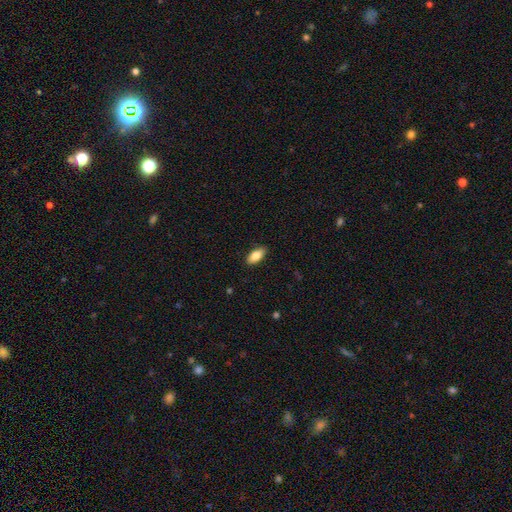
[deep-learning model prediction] Smooth or featured? Predicted: smooth (p=0.83). How rounded? Predicted: in between (p=0.87). Merging? Predicted: none (p=0.88).